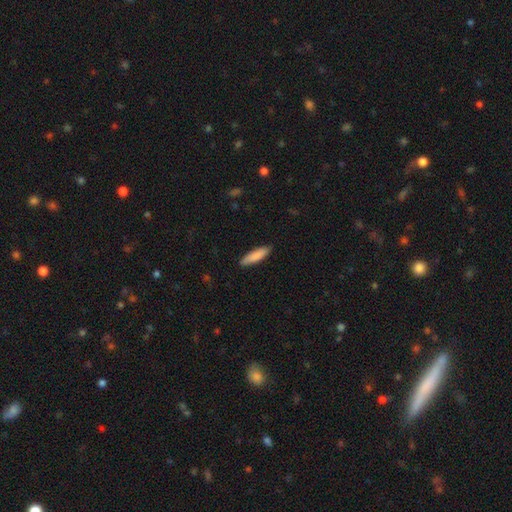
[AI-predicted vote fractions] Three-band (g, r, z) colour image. It shows a smooth galaxy with no disk features (87%) that is cigar-shaped (65%). Merging: none (87%).